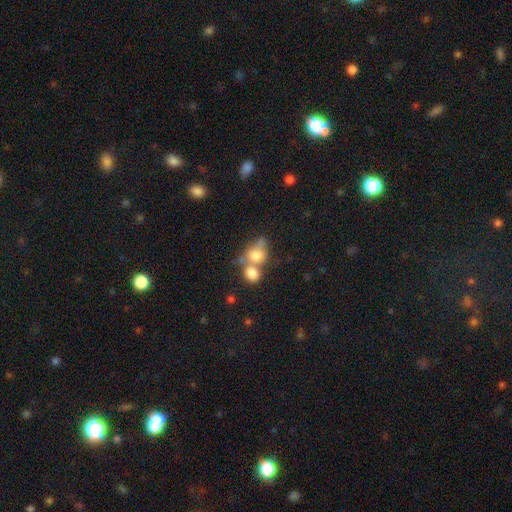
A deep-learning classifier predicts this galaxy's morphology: Smooth or featured: smooth — 73% (featured or disk — 18%)
How rounded: in between — 53% (round — 45%)
Merging: merger — 63% (none — 21%)